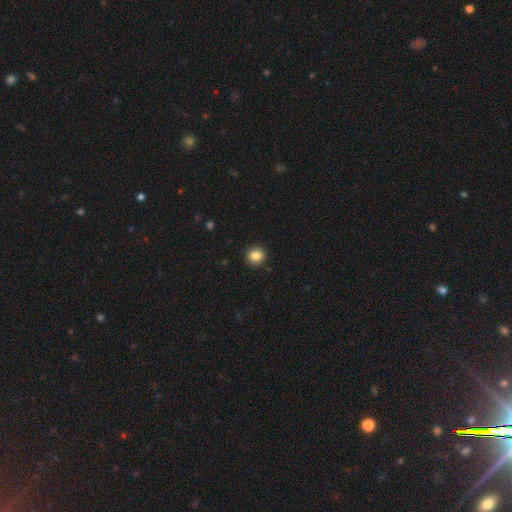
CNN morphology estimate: A smooth galaxy with no disk features (85%) that is round (89%). Merging: none (92%).